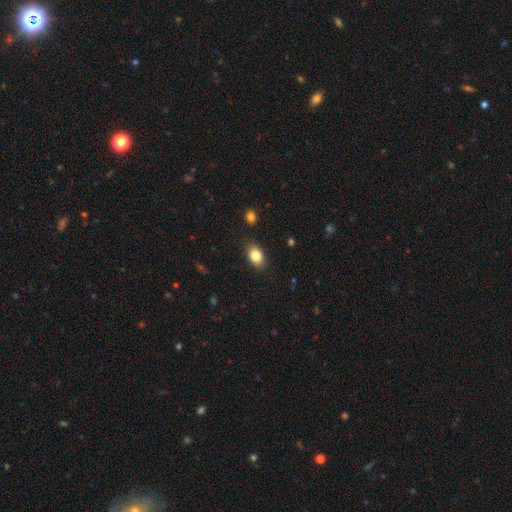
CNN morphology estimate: smooth_or_featured: smooth (p=0.84) [alt: star or artifact p=0.09]
how_rounded: in between (p=0.83) [alt: round p=0.15]
merging: none (p=0.85) [alt: minor disturbance p=0.11]